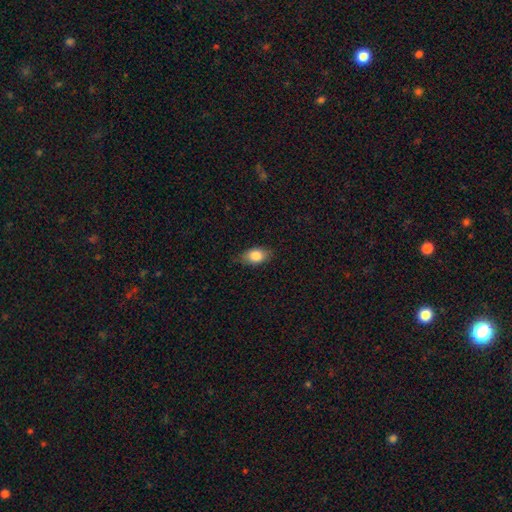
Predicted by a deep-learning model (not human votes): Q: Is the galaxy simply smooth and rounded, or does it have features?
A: smooth — 82%.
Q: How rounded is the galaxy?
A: in between — 84%.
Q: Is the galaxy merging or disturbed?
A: none — 79%.